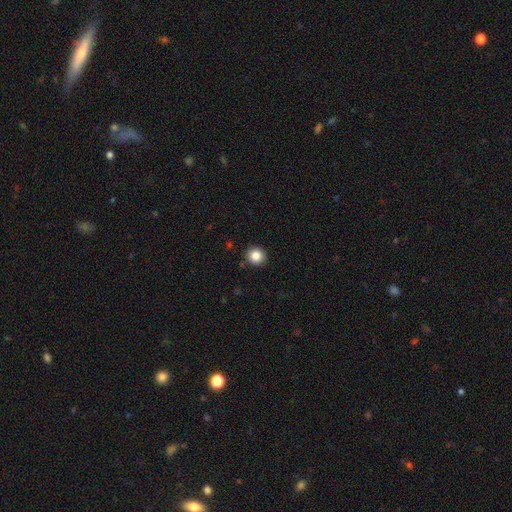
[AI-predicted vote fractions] Smooth or featured? smooth (85%)
How rounded? round (90%)
Merging? none (91%)